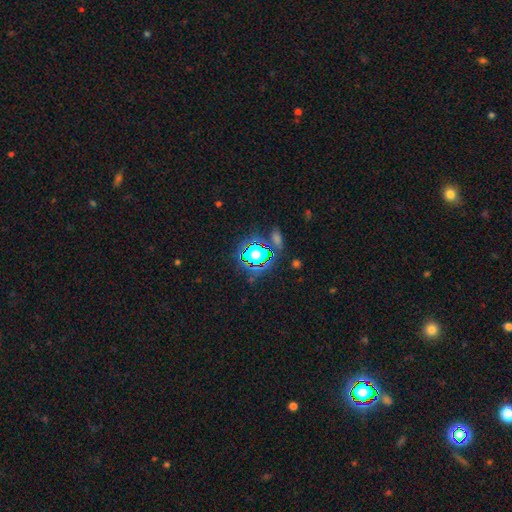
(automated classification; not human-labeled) smooth_or_featured: star or artifact (p=0.55) [alt: smooth p=0.33]